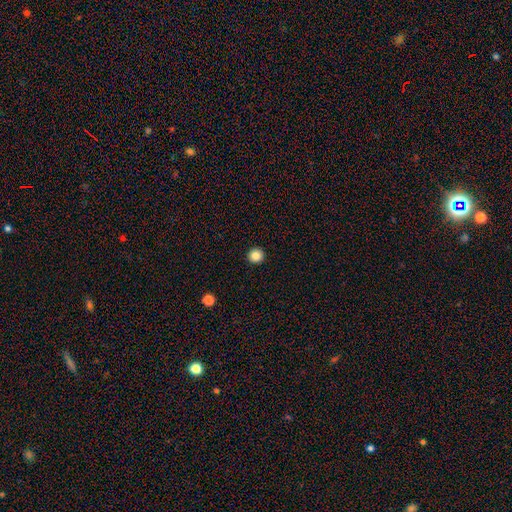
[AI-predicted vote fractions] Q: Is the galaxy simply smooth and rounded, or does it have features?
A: smooth — 85%.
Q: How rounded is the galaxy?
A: round — 96%.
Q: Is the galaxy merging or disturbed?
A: none — 94%.